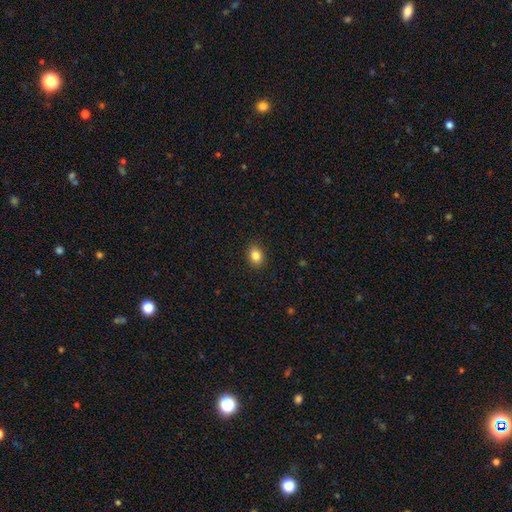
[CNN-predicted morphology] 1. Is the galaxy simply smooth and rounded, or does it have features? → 85% smooth, 10% star or artifact, 6% featured or disk.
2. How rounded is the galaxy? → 64% in between, 35% round, 1% cigar-shaped.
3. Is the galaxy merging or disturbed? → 90% none, 7% minor disturbance, 2% major disturbance, 1% merger.